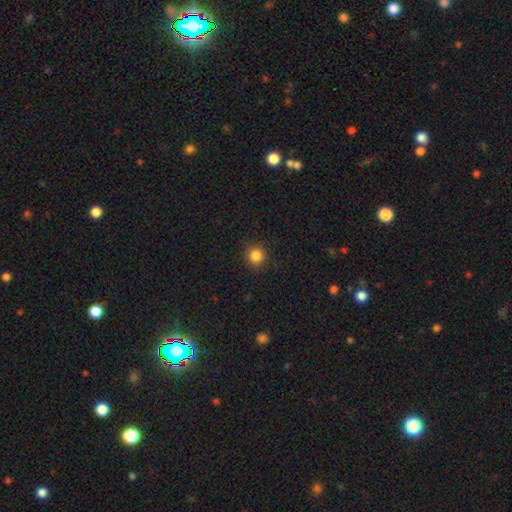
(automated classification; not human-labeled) A smooth galaxy with no disk features (84%) that is round (91%). Merging: none (90%).